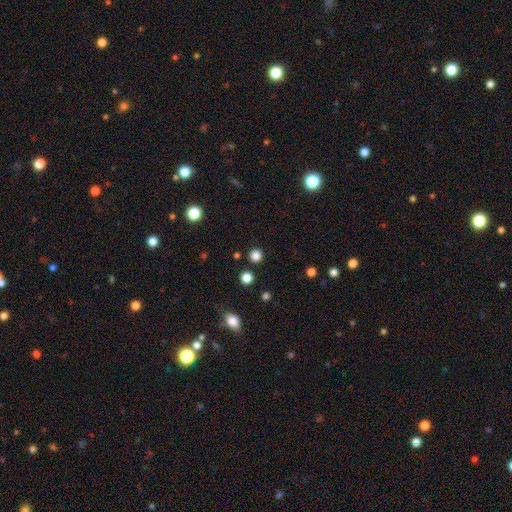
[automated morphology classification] smooth-or-featured: smooth: 82% | star or artifact: 15% | featured or disk: 3%
  how-rounded: round: 94% | in between: 5% | cigar-shaped: 1%
  merging: none: 90% | minor disturbance: 5% | merger: 2% | major disturbance: 2%